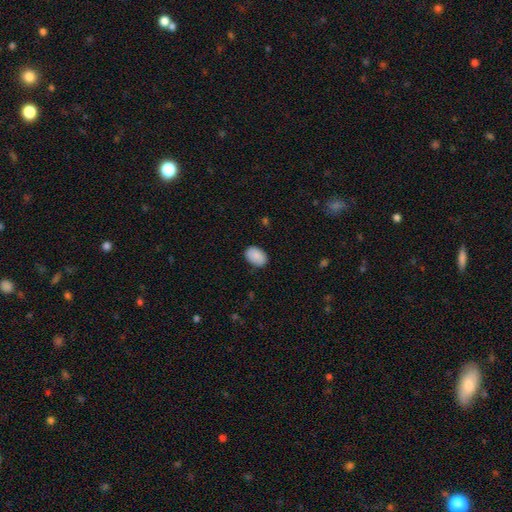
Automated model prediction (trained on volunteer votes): smooth 88%, star or artifact 6%, featured or disk 6%. Down the decision tree: how rounded — in between (85%); merging — none (84%).